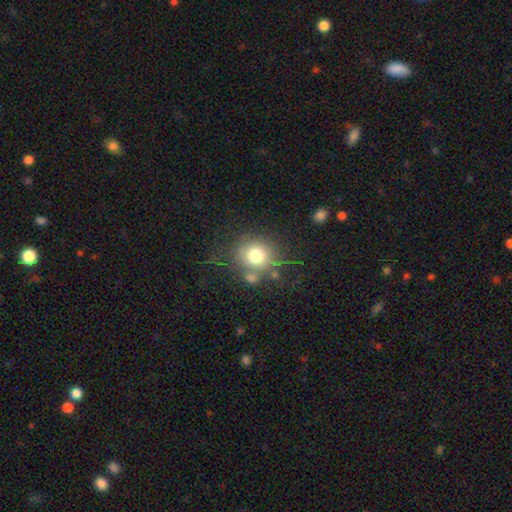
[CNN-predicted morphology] Smooth or featured?
  - smooth: 74% *
  - star or artifact: 13%
  - featured or disk: 12%
How rounded?
  - round: 85% *
  - in between: 14%
  - cigar-shaped: 1%
Merging?
  - none: 66% *
  - minor disturbance: 14%
  - merger: 12%
  - major disturbance: 8%